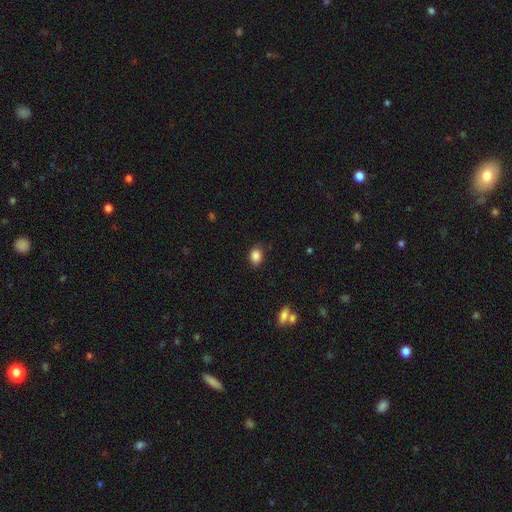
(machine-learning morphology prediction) A smooth galaxy with no disk features (87%) that is in between round and cigar-shaped (64%). Merging: none (81%).